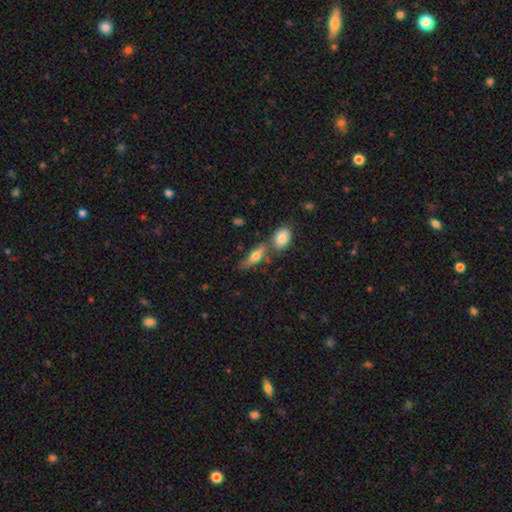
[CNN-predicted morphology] Overall: smooth (64%; featured or disk 28%). How rounded: in between (55%; cigar-shaped 42%). Merging: none (53%; merger 26%).